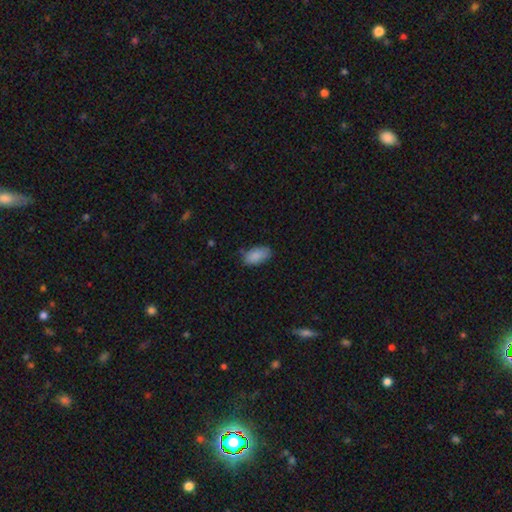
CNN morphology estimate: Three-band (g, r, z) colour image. It shows a smooth galaxy with no disk features (88%) that is in between round and cigar-shaped (94%). Merging: none (77%).